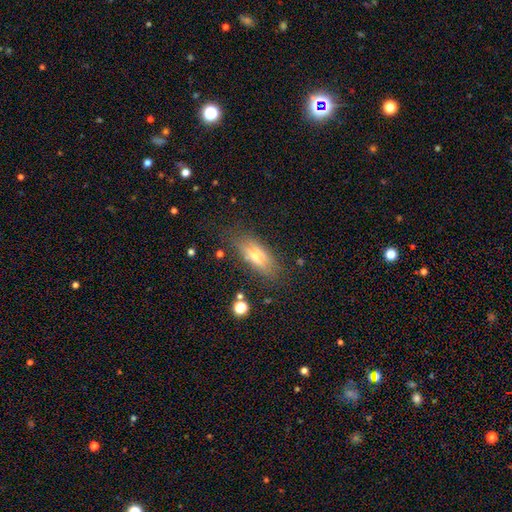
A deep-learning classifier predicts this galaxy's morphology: Smooth or featured? smooth (48%)
Merging? none (77%)